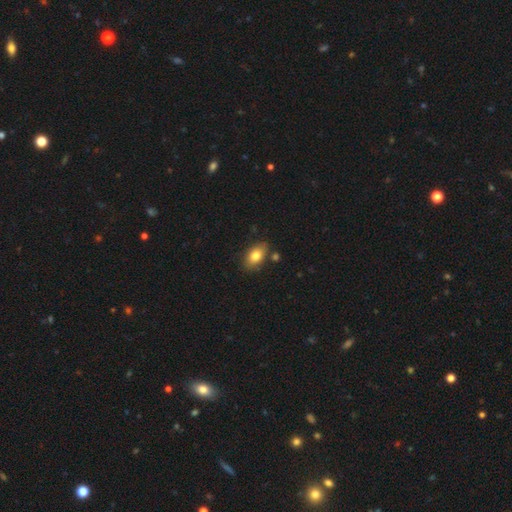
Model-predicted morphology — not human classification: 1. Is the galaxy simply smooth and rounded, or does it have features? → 80% smooth, 12% featured or disk, 8% star or artifact.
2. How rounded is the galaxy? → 89% in between, 9% round, 2% cigar-shaped.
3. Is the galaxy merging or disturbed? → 78% none, 13% minor disturbance, 6% merger, 3% major disturbance.